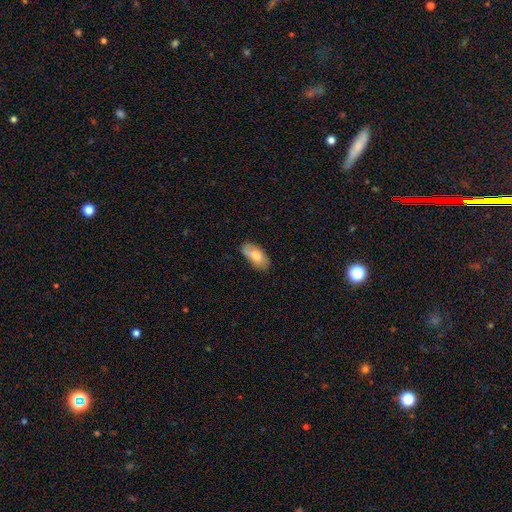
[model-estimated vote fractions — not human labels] A smooth galaxy with no disk features (79%) that is in between round and cigar-shaped (93%).

Vote fractions:
- Smooth or featured? smooth: 79% / featured or disk: 14% / star or artifact: 6%
- How rounded? in between: 93% / cigar-shaped: 4% / round: 3%
- Merging? none: 69% / minor disturbance: 24% / major disturbance: 5% / merger: 2%